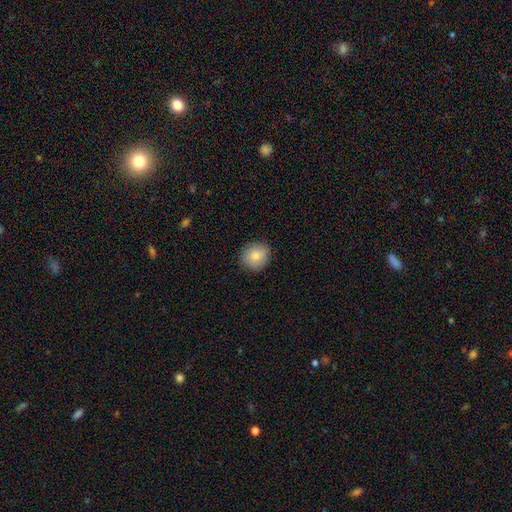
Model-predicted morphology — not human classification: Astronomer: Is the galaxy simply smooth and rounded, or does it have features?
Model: smooth — 82%.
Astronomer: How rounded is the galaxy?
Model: round — 84%.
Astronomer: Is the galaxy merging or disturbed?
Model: none — 87%.